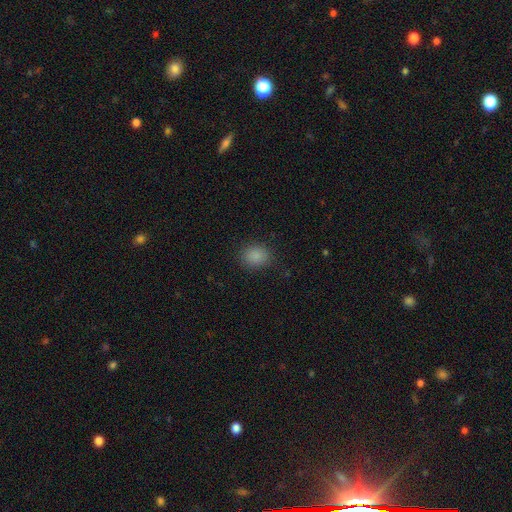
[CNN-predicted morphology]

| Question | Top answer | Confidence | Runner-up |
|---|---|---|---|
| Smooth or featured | smooth | 86% | star or artifact (11%) |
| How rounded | round | 63% | in between (36%) |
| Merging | none | 86% | minor disturbance (10%) |